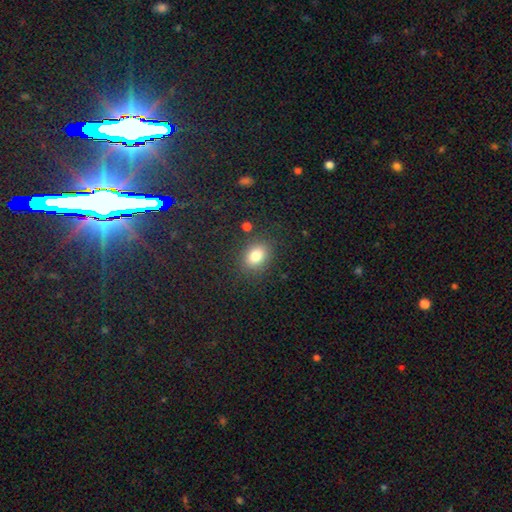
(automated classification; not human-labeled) This appears to be a smooth galaxy with no disk features (81%) that is in between round and cigar-shaped (62%). Merging: none (83%).